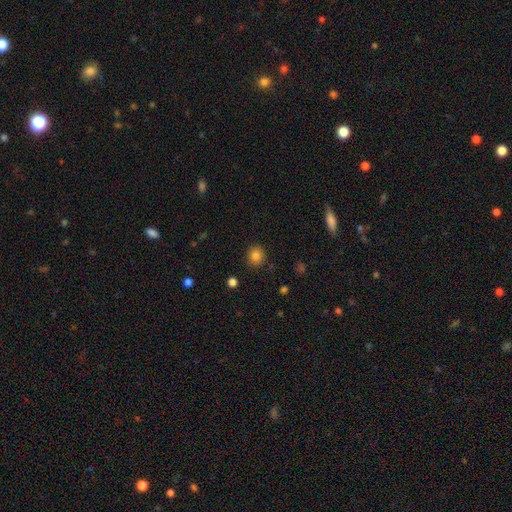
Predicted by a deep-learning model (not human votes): Smooth or featured?
  - smooth: 84% *
  - star or artifact: 12%
  - featured or disk: 5%
How rounded?
  - round: 80% *
  - in between: 19%
  - cigar-shaped: 1%
Merging?
  - none: 87% *
  - minor disturbance: 9%
  - major disturbance: 3%
  - merger: 2%